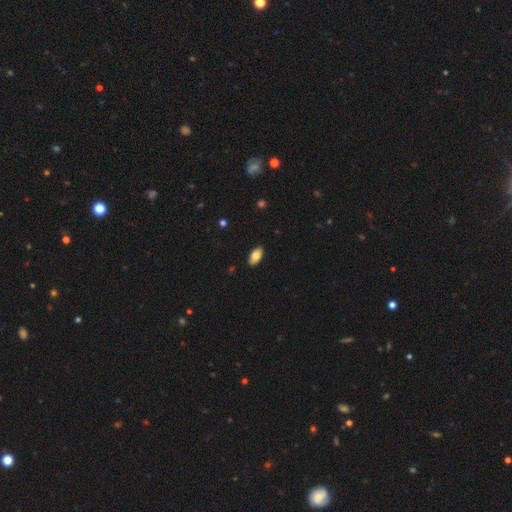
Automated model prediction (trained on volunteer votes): Morphology: type=smooth (81%); roundness=in between (94%); merging=none (89%).